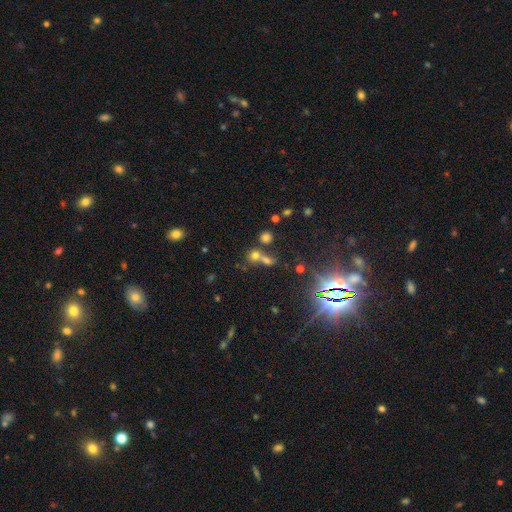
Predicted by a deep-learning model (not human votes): Q: Smooth or featured?
A: smooth (62%); runner-up: star or artifact (27%)
Q: How rounded?
A: round (79%); runner-up: in between (19%)
Q: Merging?
A: none (46%); runner-up: merger (42%)